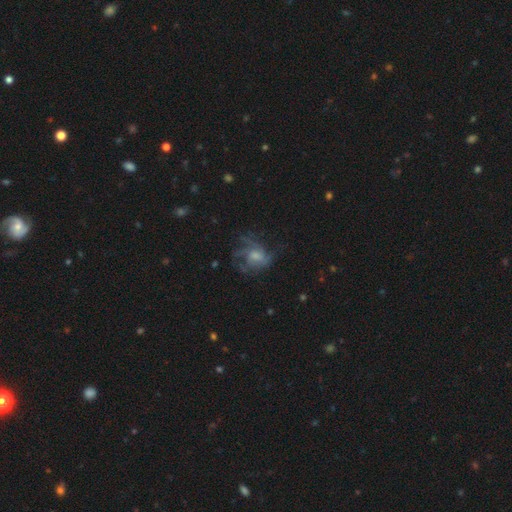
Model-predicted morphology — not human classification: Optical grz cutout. It shows a featured or disk galaxy (62%) with no bar (70%), spiral arms (76%) and a moderate central bulge (42%). Merging: none (46%).